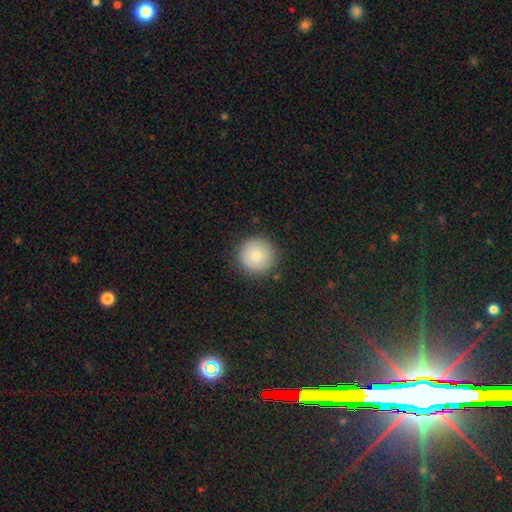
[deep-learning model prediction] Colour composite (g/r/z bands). It shows a smooth galaxy with no disk features (85%) that is round (96%). Merging: none (89%).